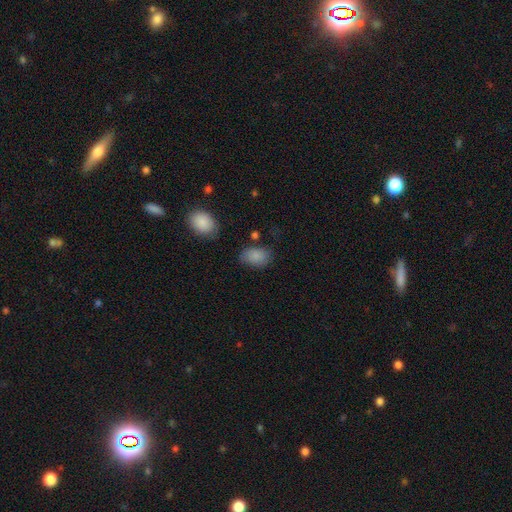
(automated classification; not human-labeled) Morphology: type=smooth (85%); roundness=in between (83%); merging=none (67%).